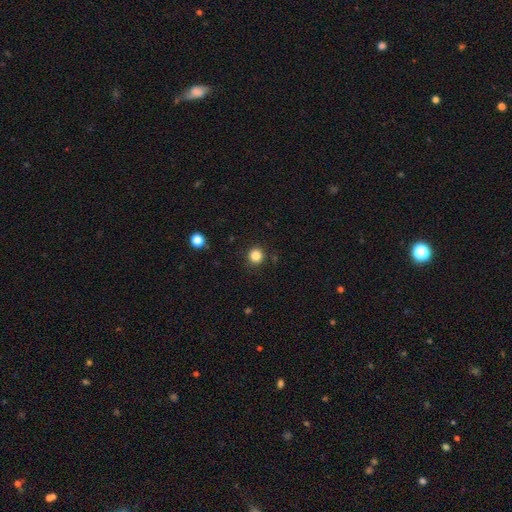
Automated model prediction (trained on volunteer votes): Overall: smooth (84%). How rounded: round (93%). Merging: none (91%).